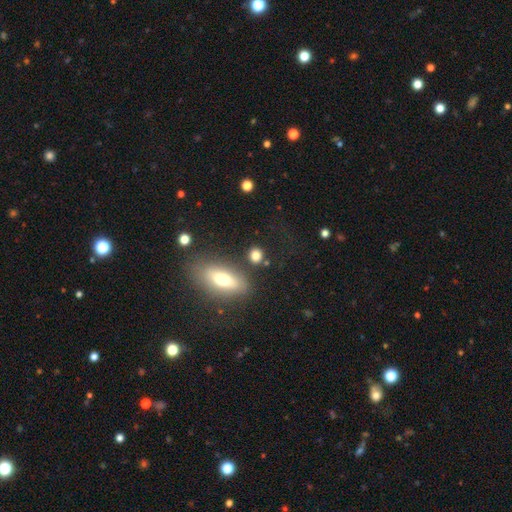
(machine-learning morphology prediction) This is clearly a smooth galaxy (80%). How rounded: likely round (62%). Merging: likely none (77%).